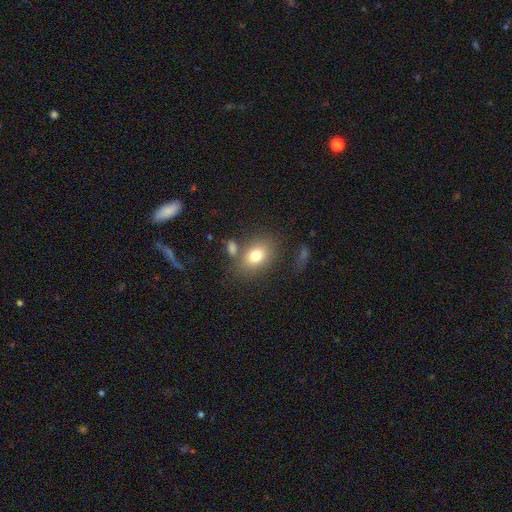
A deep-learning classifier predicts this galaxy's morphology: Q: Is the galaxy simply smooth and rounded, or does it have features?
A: smooth — 77%.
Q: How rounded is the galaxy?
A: in between — 73%.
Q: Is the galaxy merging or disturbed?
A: none — 66%.